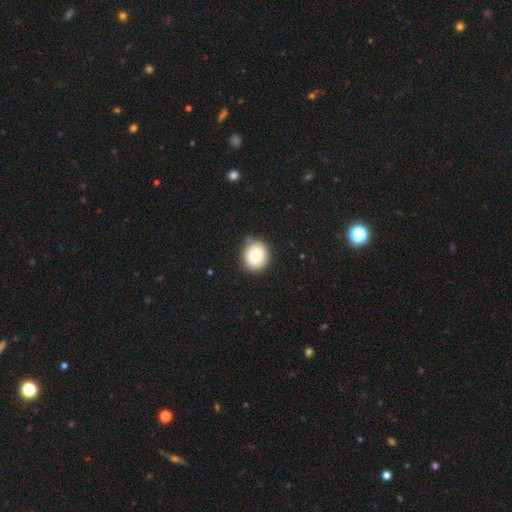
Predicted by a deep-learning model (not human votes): Smooth or featured? smooth (79%)
How rounded? round (73%)
Merging? none (80%)